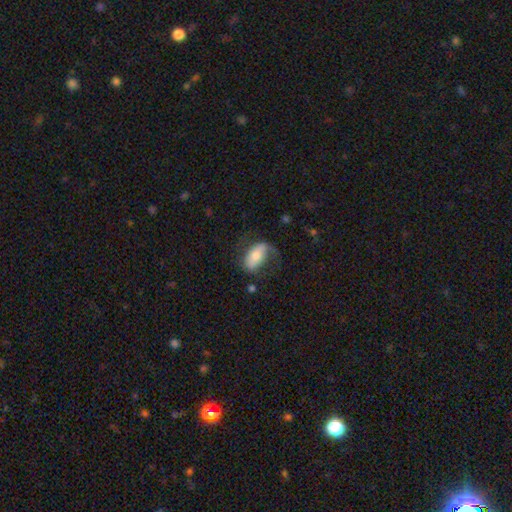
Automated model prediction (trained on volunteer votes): Morphology: type=smooth (52%); roundness=in between (90%); merging=none (49%).